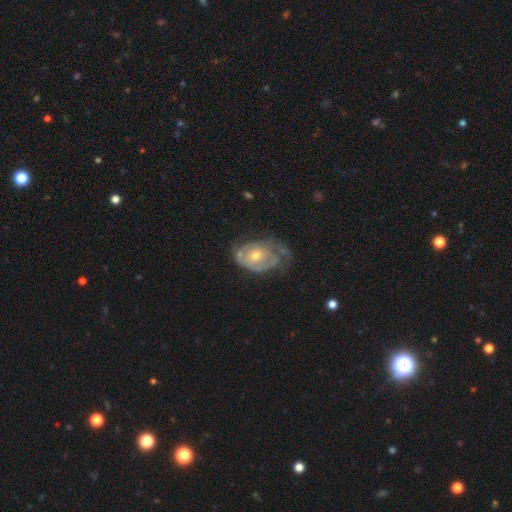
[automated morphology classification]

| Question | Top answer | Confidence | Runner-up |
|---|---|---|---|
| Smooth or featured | featured or disk | 73% | smooth (21%) |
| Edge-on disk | no | 96% | yes (4%) |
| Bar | no | 78% | weak (19%) |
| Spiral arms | yes | 74% | no (26%) |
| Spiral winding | tight | 63% | medium (25%) |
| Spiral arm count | can't tell | 37% | 2 (28%) |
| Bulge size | moderate | 55% | small (40%) |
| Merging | none | 39% | minor disturbance (32%) |